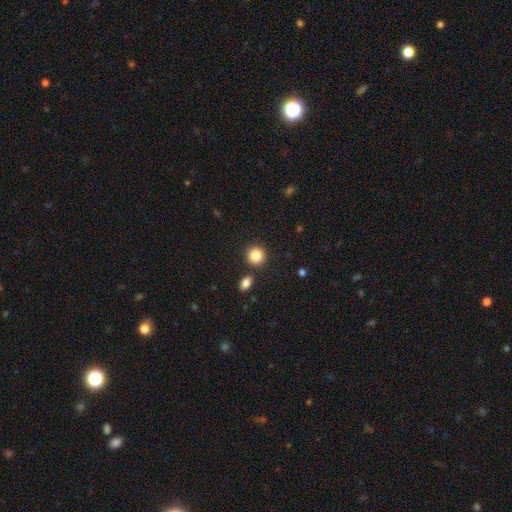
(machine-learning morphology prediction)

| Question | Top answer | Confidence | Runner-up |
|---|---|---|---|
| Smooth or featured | smooth | 86% | star or artifact (9%) |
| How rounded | round | 90% | in between (9%) |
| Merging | none | 85% | minor disturbance (7%) |